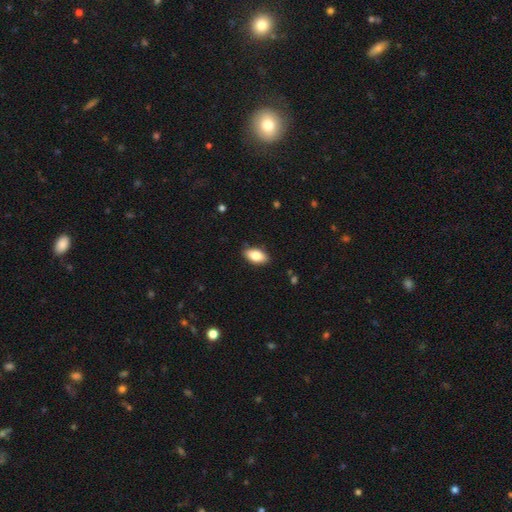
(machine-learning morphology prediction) type=smooth (83%); roundness=in between (92%); merging=none (86%).